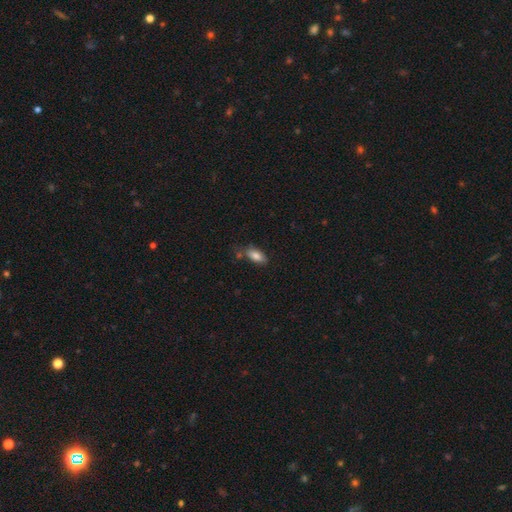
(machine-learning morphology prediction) type=smooth (83%); roundness=in between (87%); merging=none (66%).